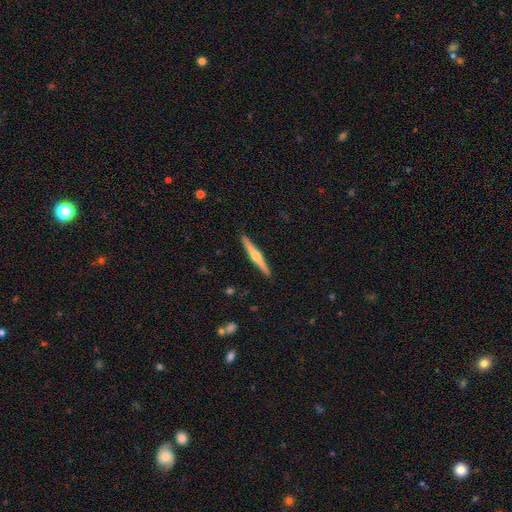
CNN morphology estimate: Overall: featured or disk (68%). Edge-on disk: yes (98%). Edge-on bulge: rounded (87%). Merging: none (92%).